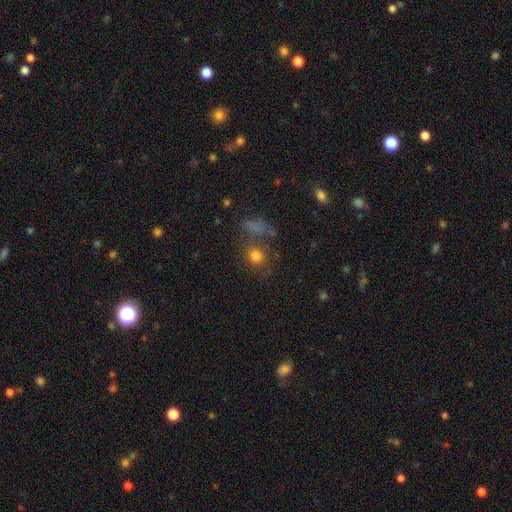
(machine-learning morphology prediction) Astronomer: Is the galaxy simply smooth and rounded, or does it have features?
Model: smooth — 77%.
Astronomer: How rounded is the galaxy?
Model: round — 77%.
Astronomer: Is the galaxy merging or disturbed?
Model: none — 62%.